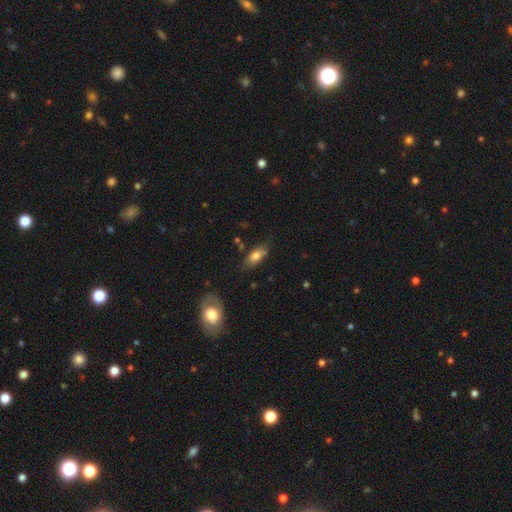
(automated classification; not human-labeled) Morphology: type=smooth (72%); roundness=in between (79%); merging=none (71%).